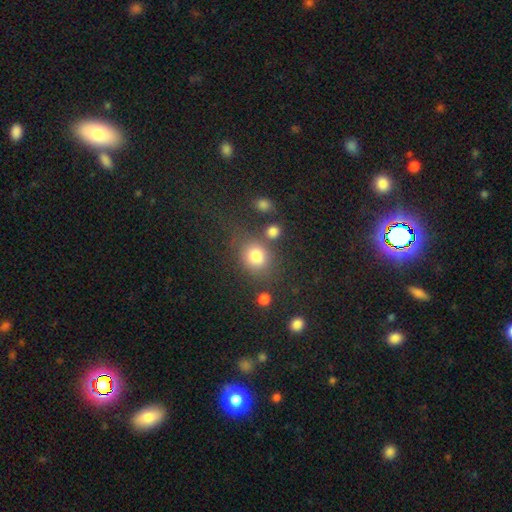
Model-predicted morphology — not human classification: The model was most divided on "how rounded": round: 70%, in between: 29%, cigar-shaped: 1%. More confident: smooth or featured — smooth (78%); merging — none (62%).